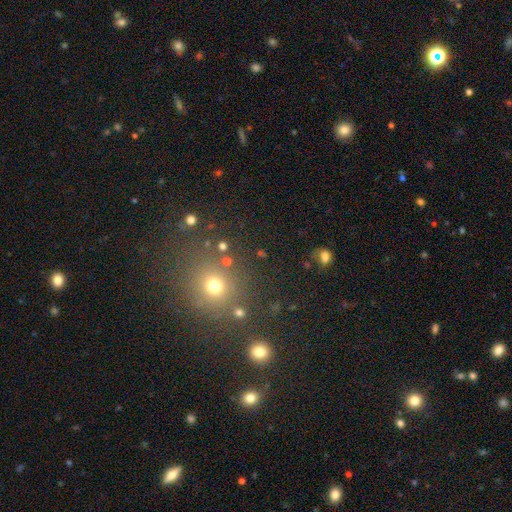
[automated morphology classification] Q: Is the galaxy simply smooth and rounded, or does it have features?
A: smooth — 50%.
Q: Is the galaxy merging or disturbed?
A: none — 81%.